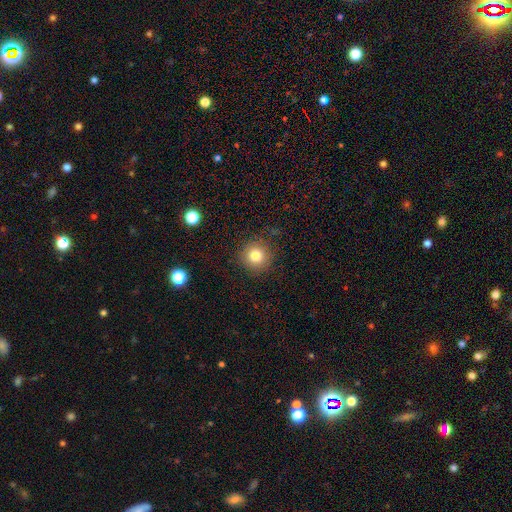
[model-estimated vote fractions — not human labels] Smooth or featured? Predicted: smooth (p=0.80). How rounded? Predicted: round (p=0.94). Merging? Predicted: none (p=0.88).